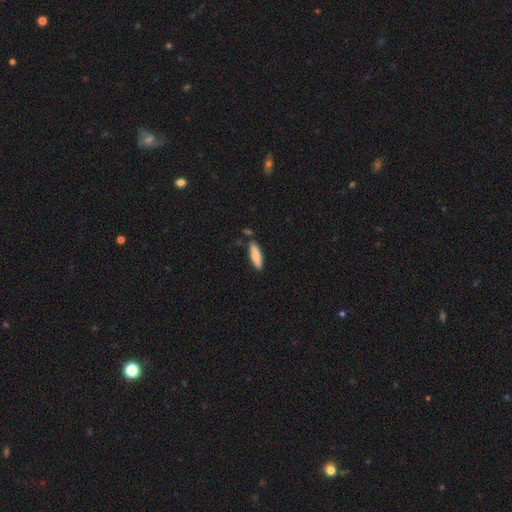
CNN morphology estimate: Smooth or featured?
  - smooth: 81% *
  - featured or disk: 14%
  - star or artifact: 6%
How rounded?
  - cigar-shaped: 61% *
  - in between: 38%
  - round: 2%
Merging?
  - none: 80% *
  - minor disturbance: 13%
  - merger: 5%
  - major disturbance: 2%